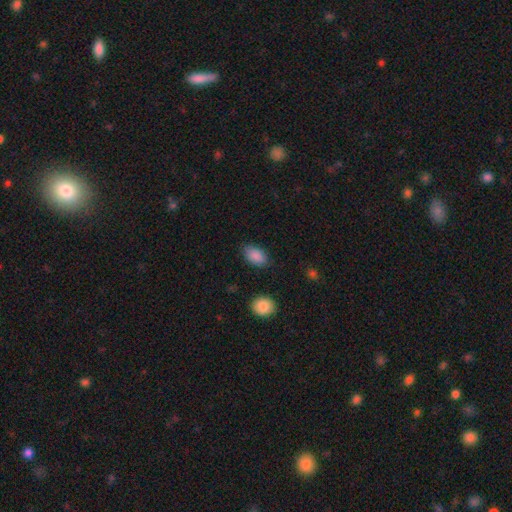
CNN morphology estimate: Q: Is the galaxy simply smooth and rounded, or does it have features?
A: smooth — 89%.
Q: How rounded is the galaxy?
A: in between — 91%.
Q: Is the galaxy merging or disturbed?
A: none — 83%.